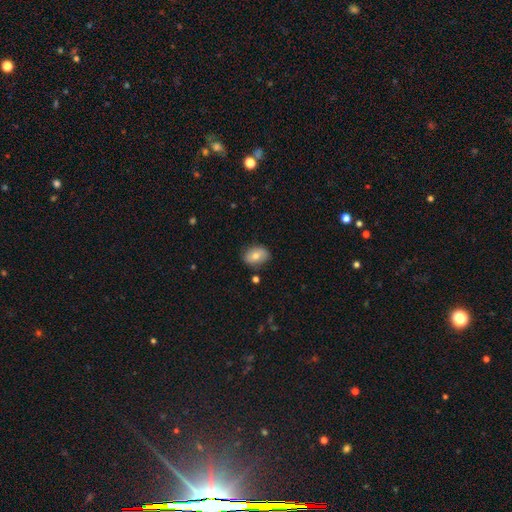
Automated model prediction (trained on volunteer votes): Smooth or featured: smooth — 72% (featured or disk — 20%)
How rounded: in between — 79% (round — 19%)
Merging: none — 80% (minor disturbance — 15%)